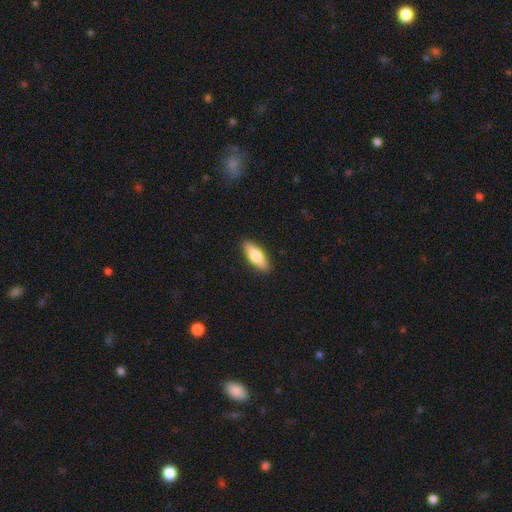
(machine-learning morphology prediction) A smooth galaxy with no disk features (72%) that is in between round and cigar-shaped (67%).

Vote fractions:
- Smooth or featured? smooth: 72% / featured or disk: 23% / star or artifact: 6%
- How rounded? in between: 67% / cigar-shaped: 31% / round: 2%
- Merging? none: 89% / minor disturbance: 8% / major disturbance: 2% / merger: 1%